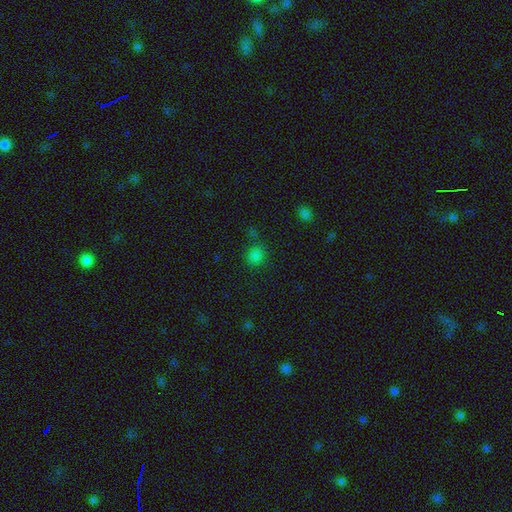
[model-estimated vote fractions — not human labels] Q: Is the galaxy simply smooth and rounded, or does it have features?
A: smooth — 77%.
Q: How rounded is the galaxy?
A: round — 82%.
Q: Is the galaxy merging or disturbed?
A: none — 73%.